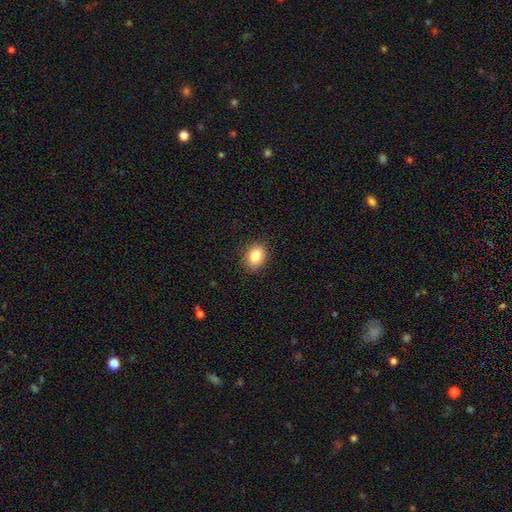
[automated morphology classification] smooth_or_featured: smooth (p=0.83) [alt: star or artifact p=0.10]
how_rounded: in between (p=0.50) [alt: round p=0.49]
merging: none (p=0.88) [alt: minor disturbance p=0.09]